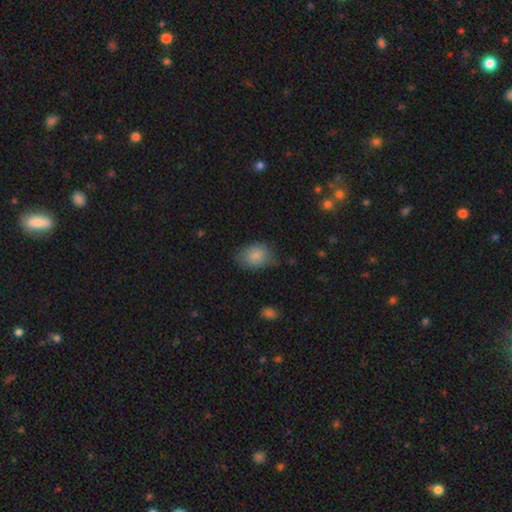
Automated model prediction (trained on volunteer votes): Smooth or featured?
  - smooth: 85% *
  - star or artifact: 8%
  - featured or disk: 7%
How rounded?
  - in between: 71% *
  - round: 28%
  - cigar-shaped: 1%
Merging?
  - none: 67% *
  - minor disturbance: 25%
  - major disturbance: 6%
  - merger: 2%